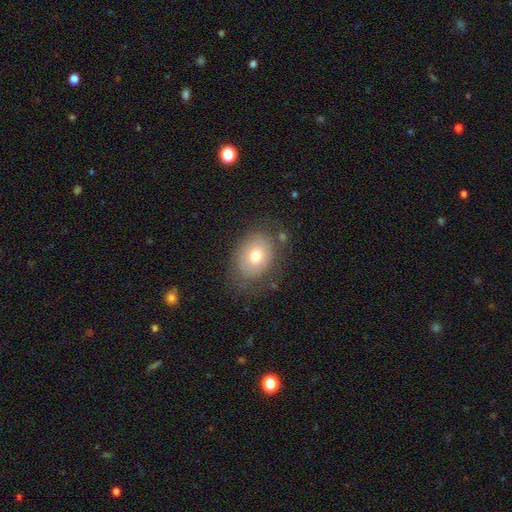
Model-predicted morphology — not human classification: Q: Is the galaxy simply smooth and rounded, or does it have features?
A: smooth — 66%.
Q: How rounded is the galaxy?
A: in between — 56%.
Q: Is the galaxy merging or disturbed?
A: none — 72%.